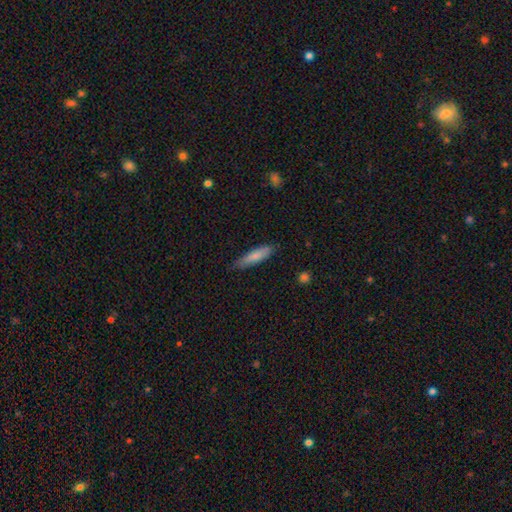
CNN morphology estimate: smooth 78%, featured or disk 16%, star or artifact 6%. Down the decision tree: how rounded — cigar-shaped (75%); merging — none (81%).